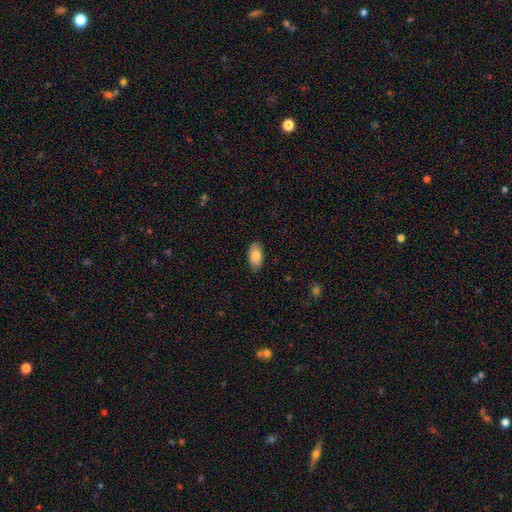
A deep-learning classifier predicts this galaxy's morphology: Smooth or featured: smooth — 83% (featured or disk — 10%)
How rounded: in between — 94% (round — 3%)
Merging: none — 84% (minor disturbance — 13%)